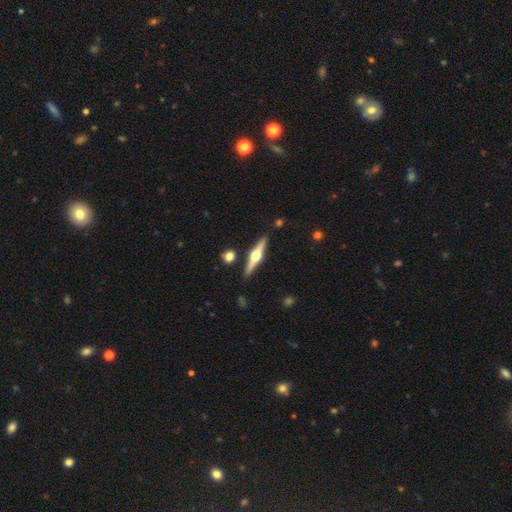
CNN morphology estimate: featured or disk 77%, smooth 18%, star or artifact 5%. Down the decision tree: edge-on disk — yes (98%); edge-on bulge — rounded (96%); merging — none (89%).